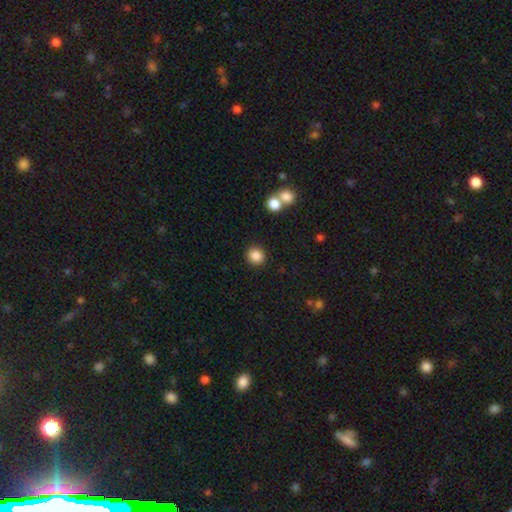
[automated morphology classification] Smooth or featured? Predicted: smooth (p=0.86). How rounded? Predicted: round (p=0.91). Merging? Predicted: none (p=0.88).